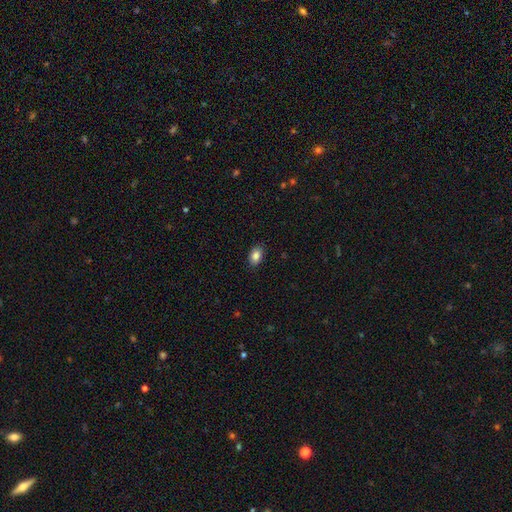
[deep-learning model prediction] Q: Smooth or featured?
A: smooth (87%); runner-up: star or artifact (8%)
Q: How rounded?
A: in between (87%); runner-up: round (12%)
Q: Merging?
A: none (88%); runner-up: minor disturbance (9%)